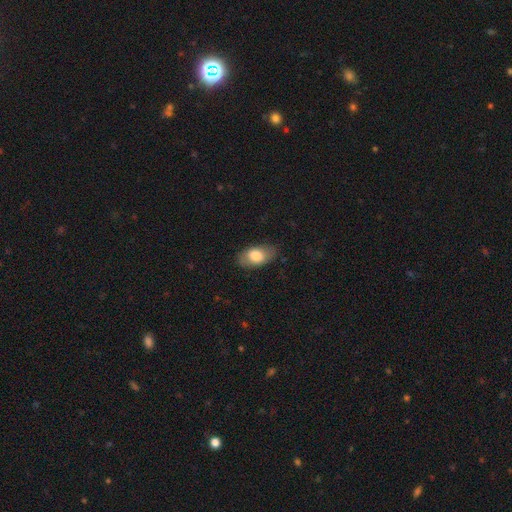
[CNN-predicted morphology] Smooth or featured?
  - smooth: 76% *
  - featured or disk: 18%
  - star or artifact: 7%
How rounded?
  - in between: 91% *
  - round: 6%
  - cigar-shaped: 3%
Merging?
  - none: 80% *
  - minor disturbance: 15%
  - major disturbance: 4%
  - merger: 1%